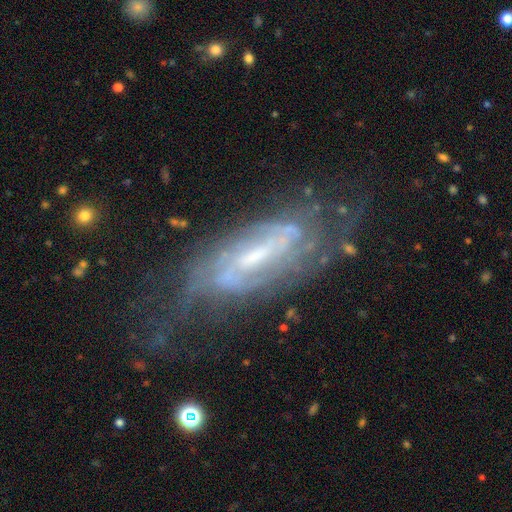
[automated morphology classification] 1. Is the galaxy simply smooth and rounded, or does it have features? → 82% featured or disk, 10% smooth, 8% star or artifact.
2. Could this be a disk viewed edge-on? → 86% no, 14% yes.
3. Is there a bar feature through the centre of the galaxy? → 45% weak, 34% strong, 21% no.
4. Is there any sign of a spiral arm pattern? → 90% yes, 10% no.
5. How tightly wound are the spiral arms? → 48% tight, 38% medium, 14% loose.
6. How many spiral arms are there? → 42% 2, 38% can't tell, 8% 3, 4% 4, 4% 1, 3% more than 4.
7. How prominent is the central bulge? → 46% small, 36% moderate, 12% none, 5% large, 1% dominant.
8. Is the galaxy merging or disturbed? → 60% none, 23% minor disturbance, 15% major disturbance, 3% merger.